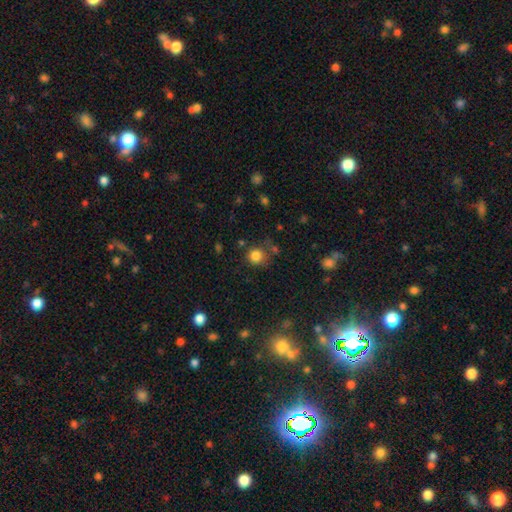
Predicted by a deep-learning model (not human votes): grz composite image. It shows a smooth galaxy with no disk features (82%) that is round (90%). Merging: none (72%).